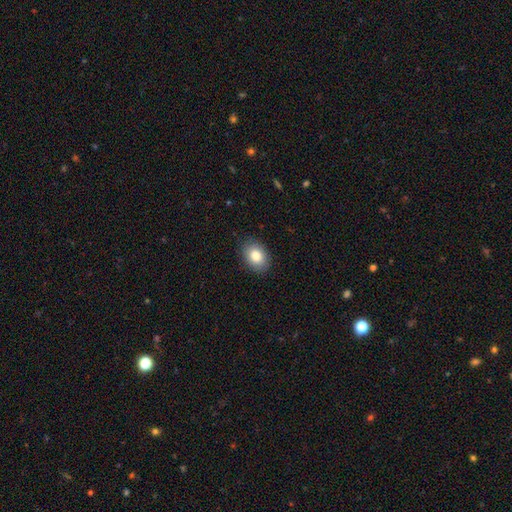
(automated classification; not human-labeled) This is clearly a smooth galaxy (84%). How rounded: likely in between (72%). Merging: clearly none (87%).